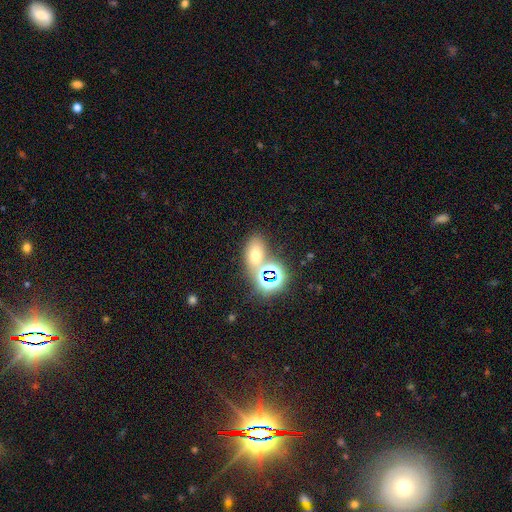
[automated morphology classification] smooth-or-featured: smooth: 55% | star or artifact: 32% | featured or disk: 13%
  how-rounded: in between: 74% | round: 23% | cigar-shaped: 3%
  merging: none: 63% | merger: 22% | minor disturbance: 10% | major disturbance: 5%